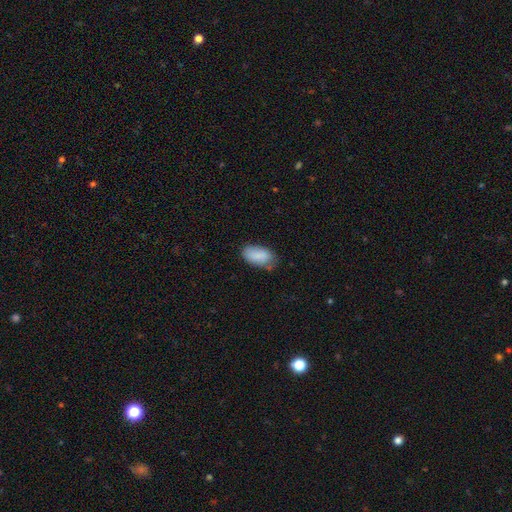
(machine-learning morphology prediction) Smooth or featured: smooth — 84% (featured or disk — 9%)
How rounded: in between — 94% (round — 4%)
Merging: none — 61% (minor disturbance — 30%)